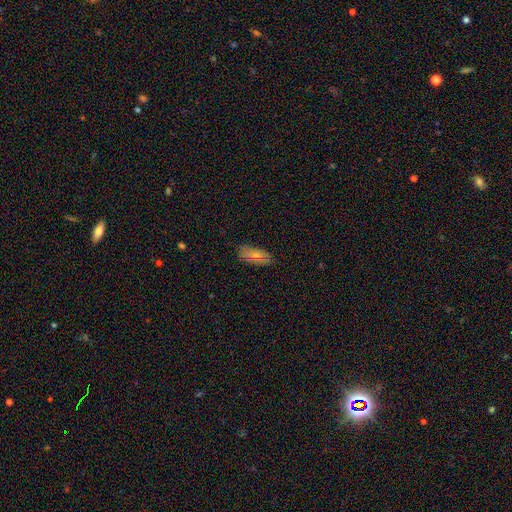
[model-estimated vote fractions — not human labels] Smooth or featured: smooth — 75% (featured or disk — 17%)
How rounded: in between — 86% (cigar-shaped — 12%)
Merging: none — 81% (minor disturbance — 15%)